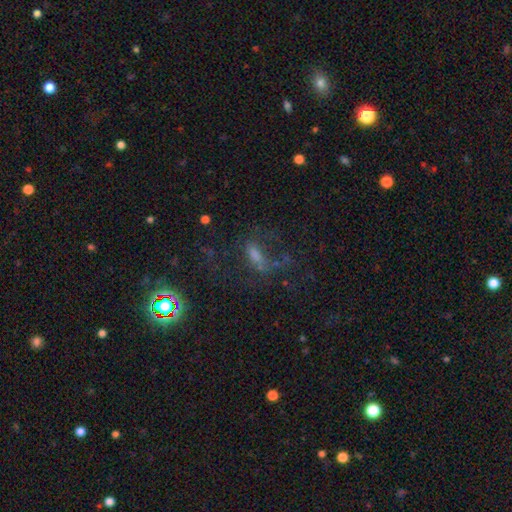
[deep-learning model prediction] Smooth or featured? Predicted: smooth (p=0.42). Merging? Predicted: none (p=0.44).